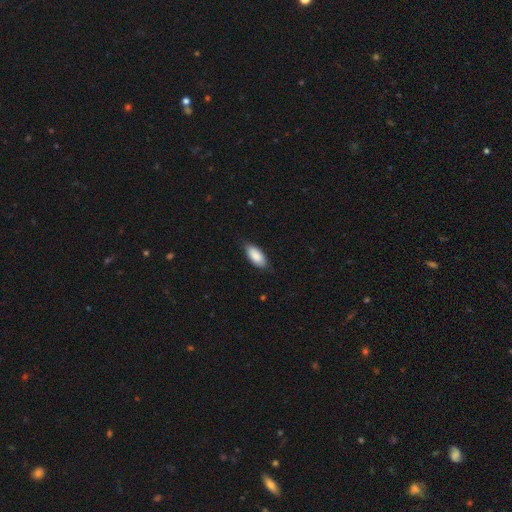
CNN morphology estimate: Smooth or featured? Predicted: smooth (p=0.88). How rounded? Predicted: in between (p=0.89). Merging? Predicted: none (p=0.78).